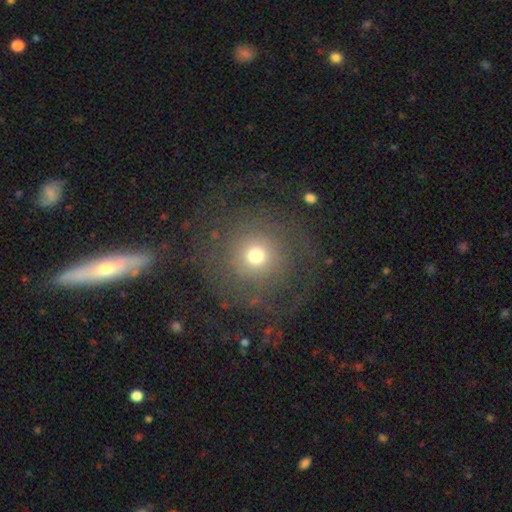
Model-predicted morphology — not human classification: This appears to be a smooth galaxy with no disk features (49%). Merging: none (76%).